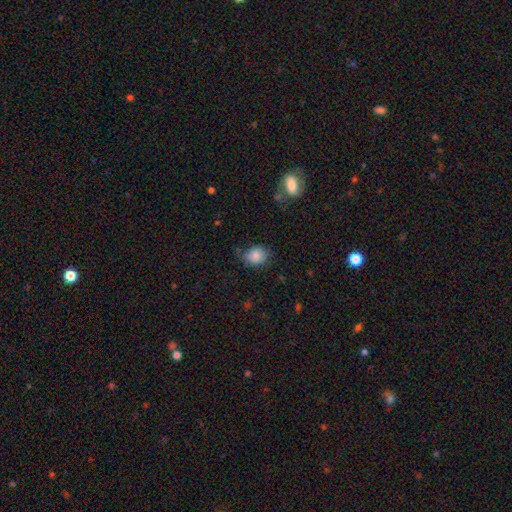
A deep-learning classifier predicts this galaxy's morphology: Smooth or featured? Predicted: smooth (p=0.85). How rounded? Predicted: in between (p=0.50). Merging? Predicted: none (p=0.66).